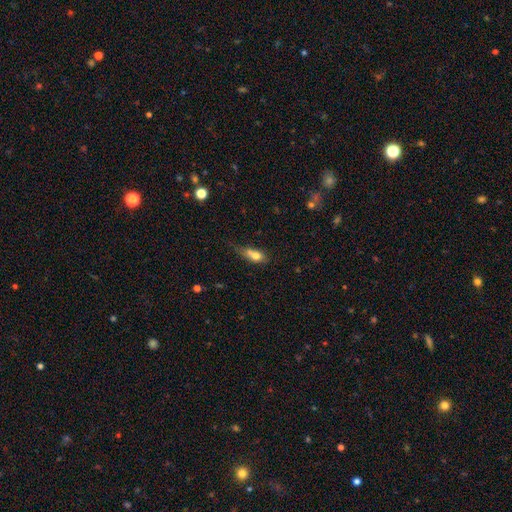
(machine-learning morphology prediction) smooth_or_featured: smooth (p=0.73) [alt: featured or disk p=0.18]
how_rounded: in between (p=0.75) [alt: cigar-shaped p=0.16]
merging: none (p=0.34) [alt: minor disturbance p=0.33]